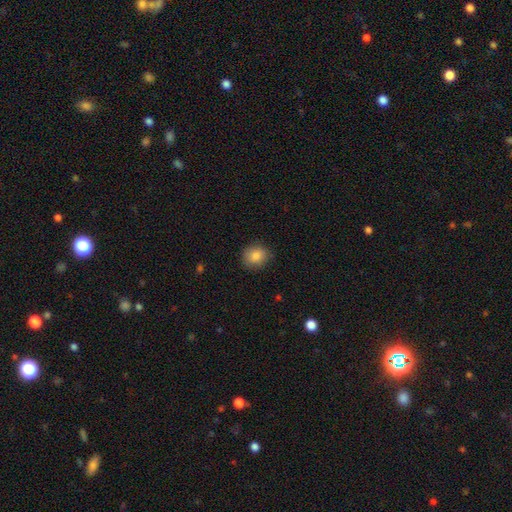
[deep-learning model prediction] A smooth galaxy with no disk features (85%) that is round (66%).

Vote fractions:
- Smooth or featured? smooth: 85% / star or artifact: 9% / featured or disk: 6%
- How rounded? round: 66% / in between: 33% / cigar-shaped: 1%
- Merging? none: 82% / minor disturbance: 14% / major disturbance: 3% / merger: 1%